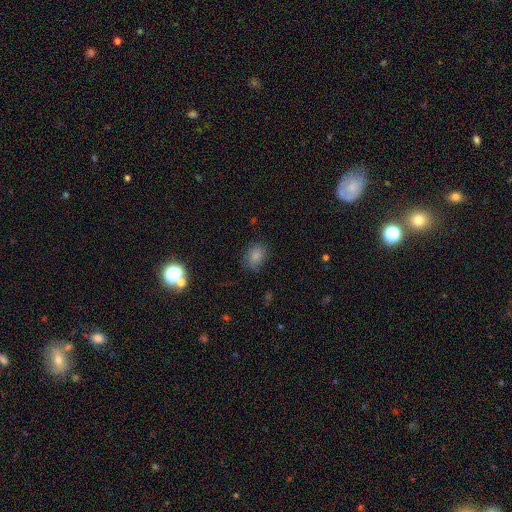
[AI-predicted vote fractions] A smooth galaxy with no disk features (78%) that is in between round and cigar-shaped (58%). Merging: none (73%).